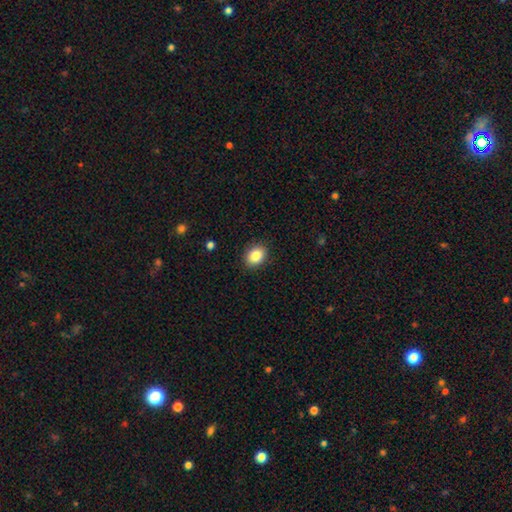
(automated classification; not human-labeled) Overall: smooth (86%). How rounded: in between (65%; round 34%). Merging: none (89%).